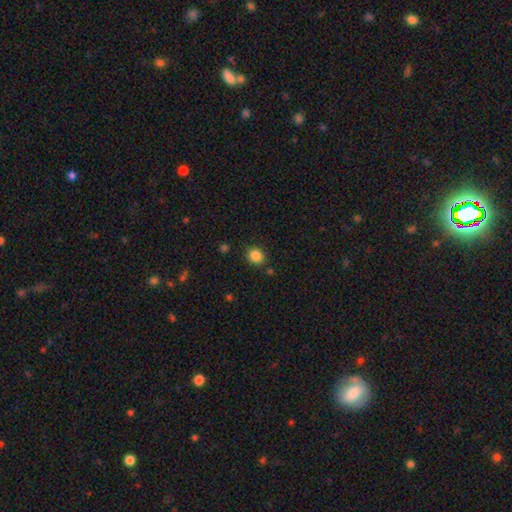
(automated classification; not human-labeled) Smooth or featured? Predicted: smooth (p=0.86). How rounded? Predicted: round (p=0.71). Merging? Predicted: none (p=0.86).